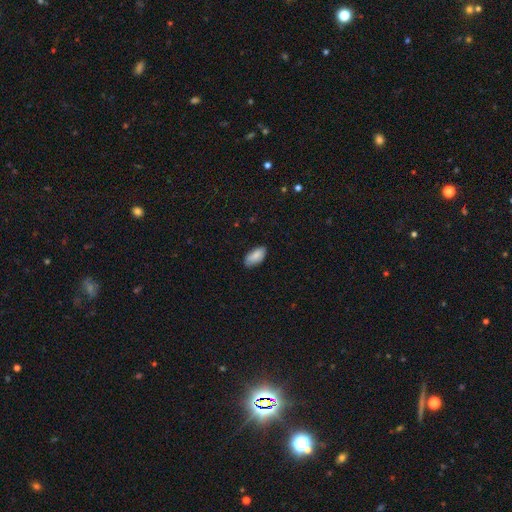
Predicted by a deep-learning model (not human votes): The model was most divided on "merging": none: 79%, minor disturbance: 17%, major disturbance: 3%, merger: 1%. More confident: how rounded — in between (93%); smooth or featured — smooth (84%).